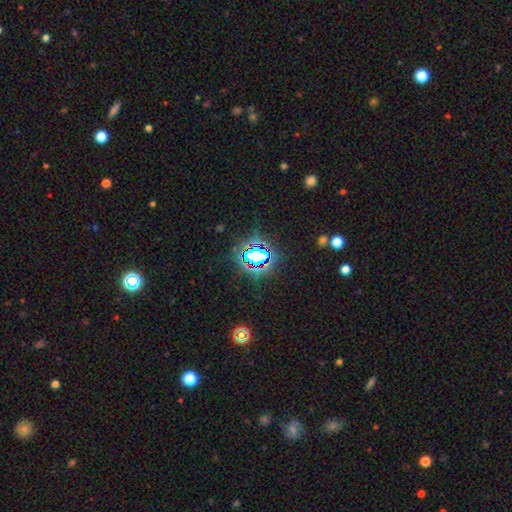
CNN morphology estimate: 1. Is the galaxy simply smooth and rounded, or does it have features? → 75% star or artifact, 14% smooth, 11% featured or disk.